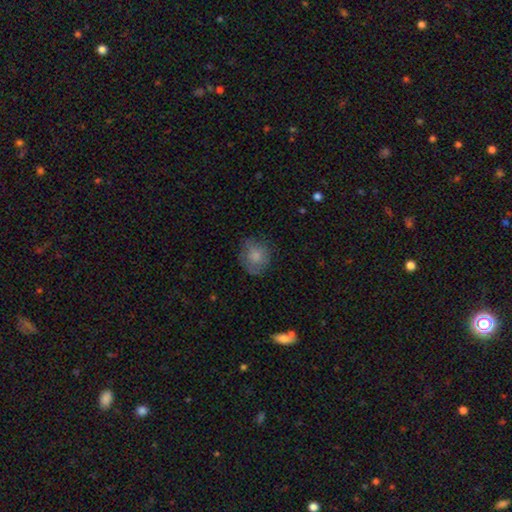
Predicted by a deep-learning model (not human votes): Smooth or featured? Predicted: smooth (p=0.77). How rounded? Predicted: round (p=0.74). Merging? Predicted: none (p=0.67).